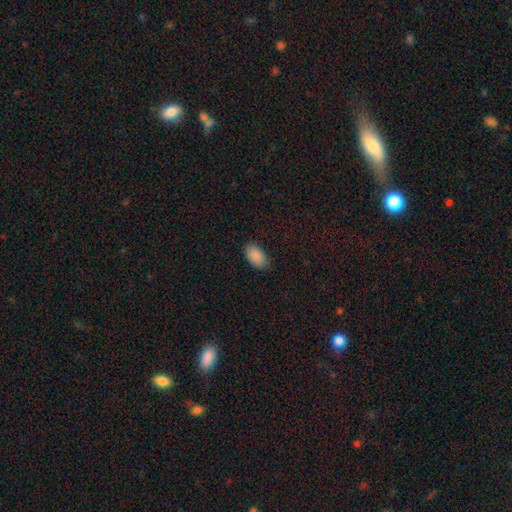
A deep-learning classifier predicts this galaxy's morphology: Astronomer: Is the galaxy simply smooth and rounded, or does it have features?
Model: smooth — 89%.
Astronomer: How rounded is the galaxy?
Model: in between — 93%.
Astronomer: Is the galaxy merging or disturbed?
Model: none — 83%.